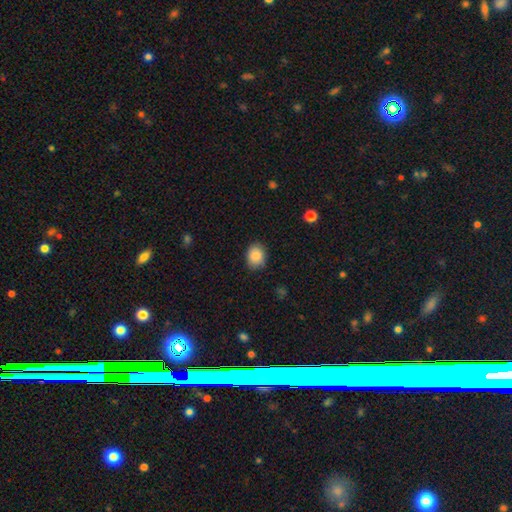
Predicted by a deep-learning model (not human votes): Q: Smooth or featured?
A: smooth (87%); runner-up: star or artifact (8%)
Q: How rounded?
A: in between (55%); runner-up: round (44%)
Q: Merging?
A: none (85%); runner-up: minor disturbance (11%)